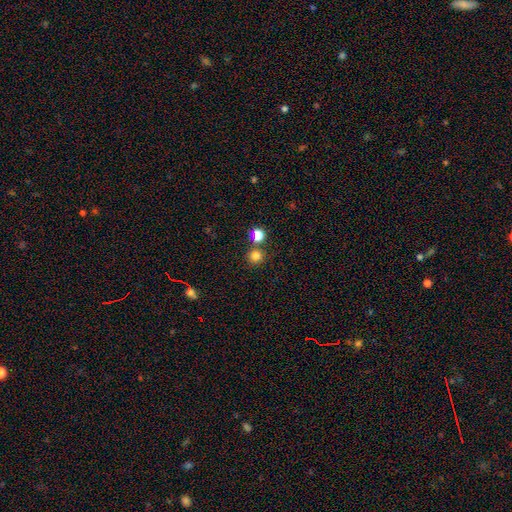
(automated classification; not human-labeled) This is likely a smooth galaxy (79%). How rounded: clearly round (93%). Merging: likely none (76%).